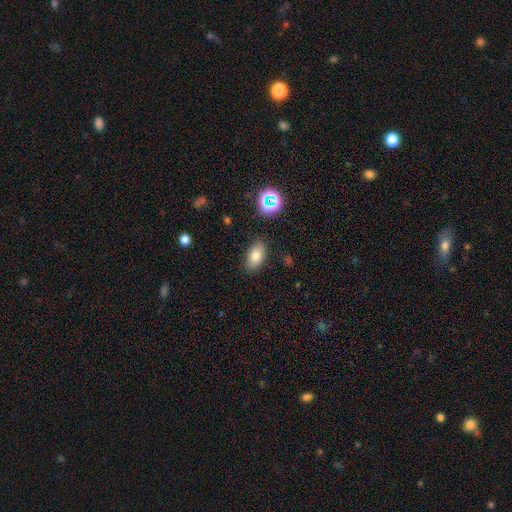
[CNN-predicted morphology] Overall: smooth (77%). How rounded: in between (89%). Merging: none (84%).